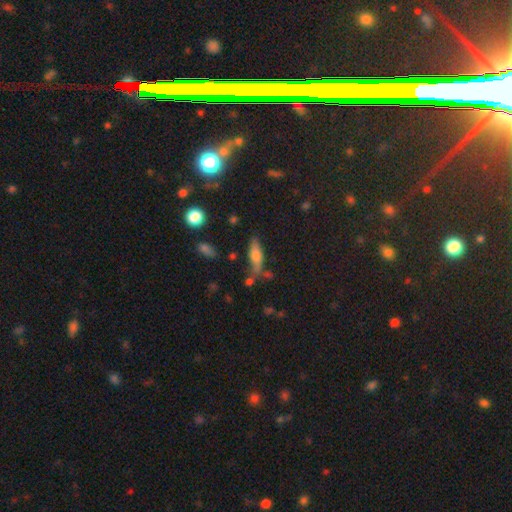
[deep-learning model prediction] Morphology: type=smooth (60%); roundness=cigar-shaped (51%); merging=none (59%).